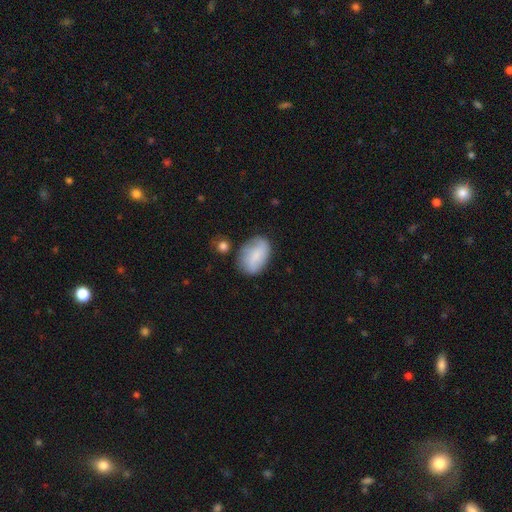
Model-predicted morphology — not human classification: A smooth galaxy with no disk features (70%) that is in between round and cigar-shaped (87%).

Vote fractions:
- Smooth or featured? smooth: 70% / featured or disk: 23% / star or artifact: 7%
- How rounded? in between: 87% / round: 11% / cigar-shaped: 2%
- Merging? none: 66% / minor disturbance: 23% / major disturbance: 6% / merger: 5%